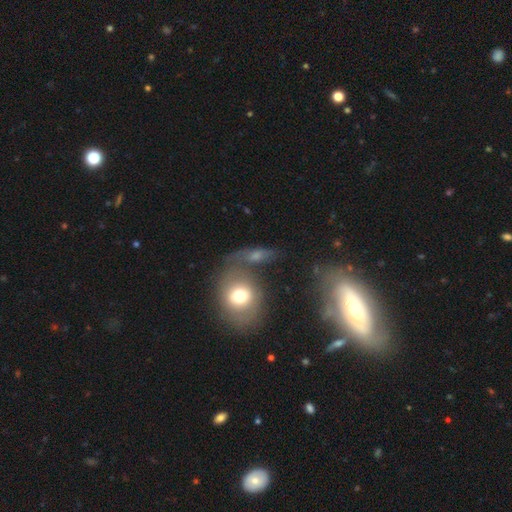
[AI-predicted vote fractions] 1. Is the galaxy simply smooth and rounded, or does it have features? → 48% smooth, 36% featured or disk, 16% star or artifact.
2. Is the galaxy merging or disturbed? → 42% none, 28% merger, 15% minor disturbance, 15% major disturbance.